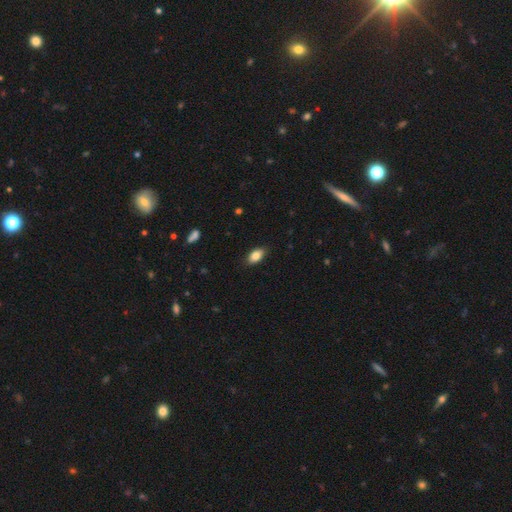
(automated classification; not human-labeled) Q: Smooth or featured?
A: smooth (84%); runner-up: featured or disk (8%)
Q: How rounded?
A: in between (91%); runner-up: round (5%)
Q: Merging?
A: none (86%); runner-up: minor disturbance (11%)